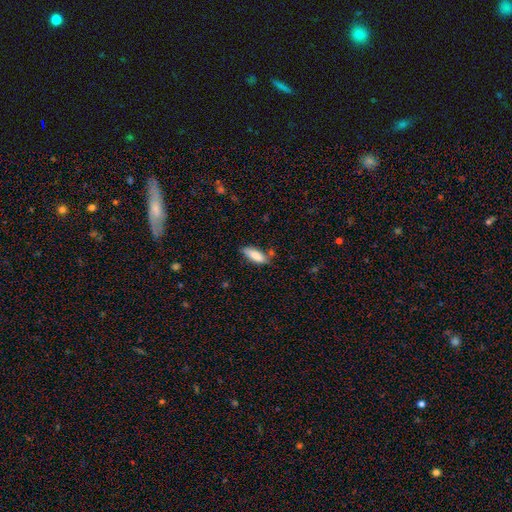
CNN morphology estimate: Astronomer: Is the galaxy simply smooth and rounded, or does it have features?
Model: smooth — 83%.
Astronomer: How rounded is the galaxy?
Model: in between — 68%.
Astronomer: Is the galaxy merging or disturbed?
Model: none — 63%.